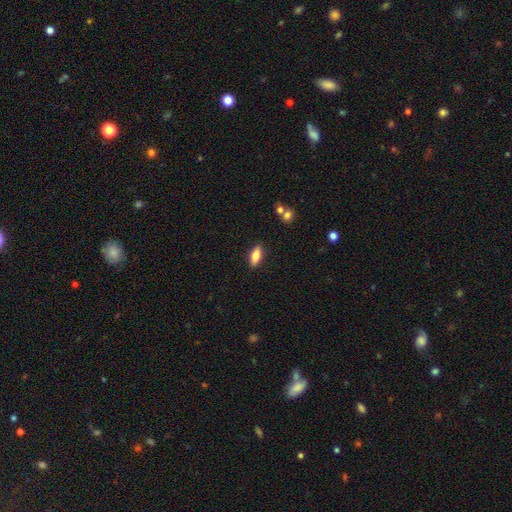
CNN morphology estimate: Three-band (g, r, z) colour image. It shows a smooth galaxy with no disk features (76%) that is in between round and cigar-shaped (78%). Merging: none (88%).